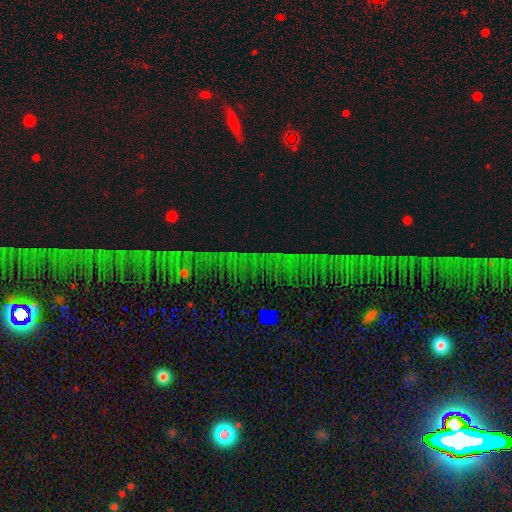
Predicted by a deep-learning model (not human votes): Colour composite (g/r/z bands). It shows a star or artifact, not a galaxy (76%).